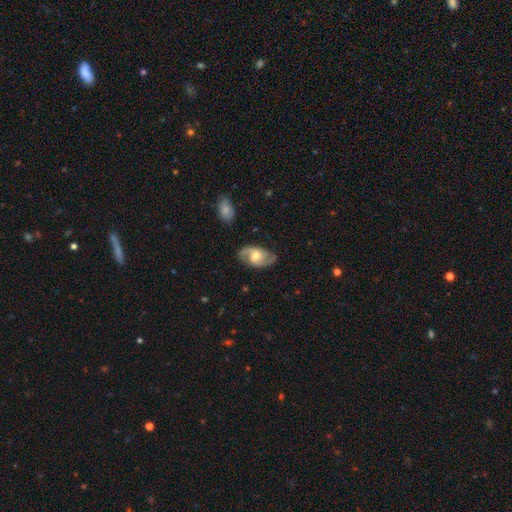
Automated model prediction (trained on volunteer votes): A featured or disk galaxy (77%) with no bar (52%), 2 (90%) medium (51%) spiral arms (94%) and a moderate central bulge (60%).

Vote fractions:
- Smooth or featured? featured or disk: 77% / smooth: 17% / star or artifact: 6%
- Edge-on disk? no: 96% / yes: 4%
- Bar? no: 52% / weak: 40% / strong: 8%
- Spiral arms? yes: 94% / no: 6%
- Spiral winding? medium: 51% / loose: 28% / tight: 21%
- Spiral arm count? 2: 90% / can't tell: 5% / 1: 2% / 3: 2% / 4: 1% / more than 4: 1%
- Bulge size? moderate: 60% / small: 24% / large: 11% / none: 3% / dominant: 1%
- Merging? none: 80% / minor disturbance: 14% / major disturbance: 4% / merger: 1%